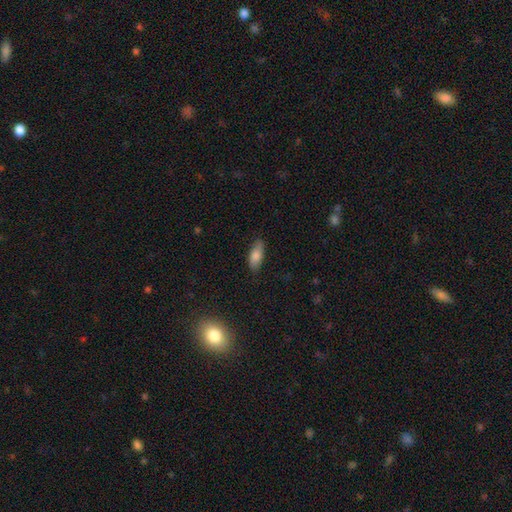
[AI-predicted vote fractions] A smooth galaxy with no disk features (79%) that is in between round and cigar-shaped (81%).

Vote fractions:
- Smooth or featured? smooth: 79% / featured or disk: 14% / star or artifact: 7%
- How rounded? in between: 81% / cigar-shaped: 17% / round: 2%
- Merging? none: 81% / minor disturbance: 15% / major disturbance: 3% / merger: 1%